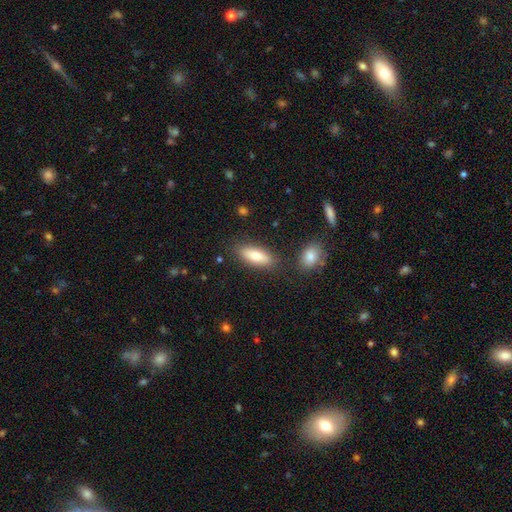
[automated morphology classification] A smooth galaxy with no disk features (76%) that is in between round and cigar-shaped (68%).

Vote fractions:
- Smooth or featured? smooth: 76% / featured or disk: 17% / star or artifact: 7%
- How rounded? in between: 68% / cigar-shaped: 30% / round: 2%
- Merging? none: 82% / minor disturbance: 10% / merger: 5% / major disturbance: 3%